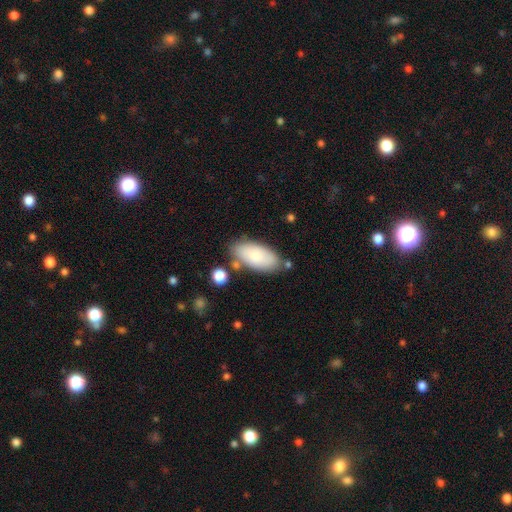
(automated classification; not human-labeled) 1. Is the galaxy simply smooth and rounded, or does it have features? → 78% smooth, 15% featured or disk, 6% star or artifact.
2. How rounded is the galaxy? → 92% in between, 5% cigar-shaped, 2% round.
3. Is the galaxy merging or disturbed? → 74% none, 16% minor disturbance, 7% merger, 4% major disturbance.